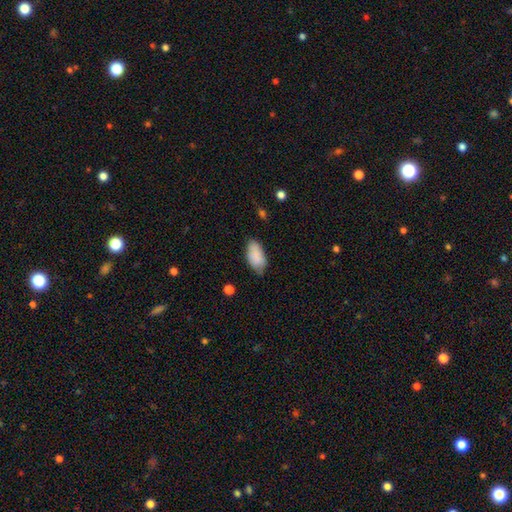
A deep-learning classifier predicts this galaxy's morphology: A smooth galaxy with no disk features (86%) that is in between round and cigar-shaped (94%).

Vote fractions:
- Smooth or featured? smooth: 86% / featured or disk: 7% / star or artifact: 7%
- How rounded? in between: 94% / round: 3% / cigar-shaped: 3%
- Merging? none: 61% / minor disturbance: 30% / major disturbance: 6% / merger: 2%